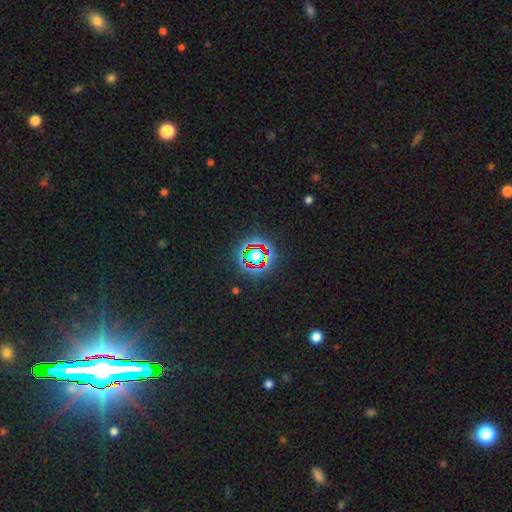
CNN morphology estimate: smooth_or_featured: star or artifact (p=0.70) [alt: smooth p=0.19]